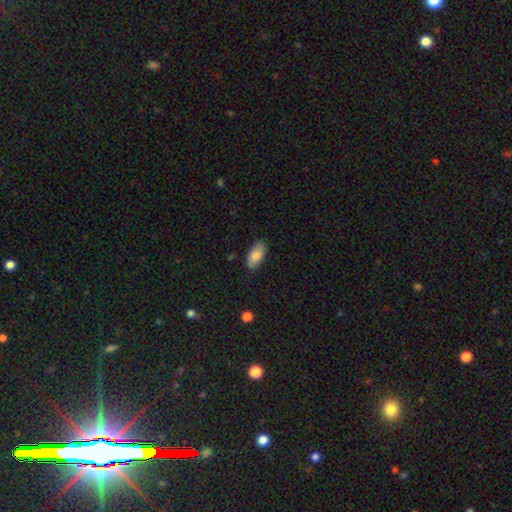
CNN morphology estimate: Overall: smooth (82%). How rounded: in between (91%). Merging: none (82%).